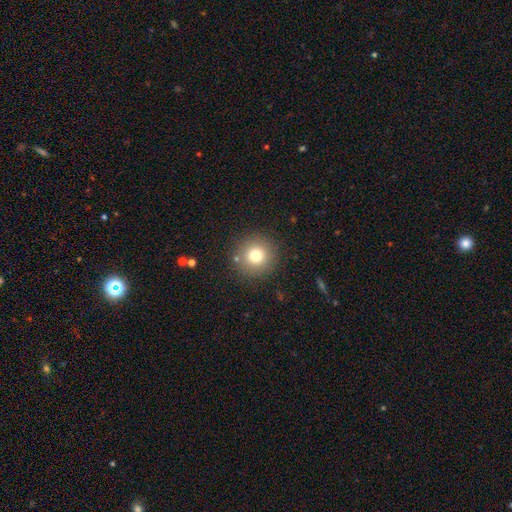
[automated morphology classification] type=smooth (76%); roundness=round (95%); merging=none (87%).